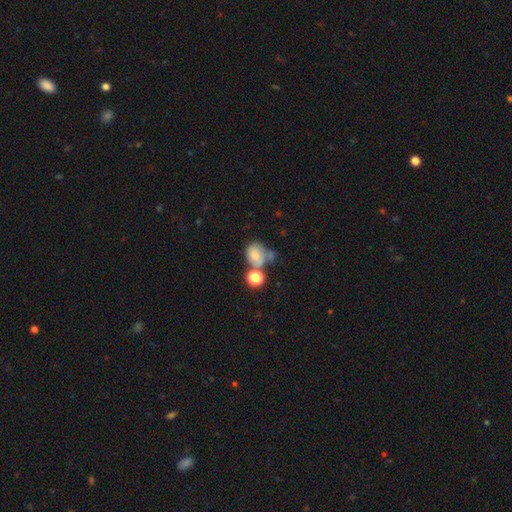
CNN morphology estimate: smooth_or_featured: smooth (p=0.67) [alt: featured or disk p=0.21]
how_rounded: round (p=0.50) [alt: in between p=0.49]
merging: merger (p=0.36) [alt: none p=0.31]